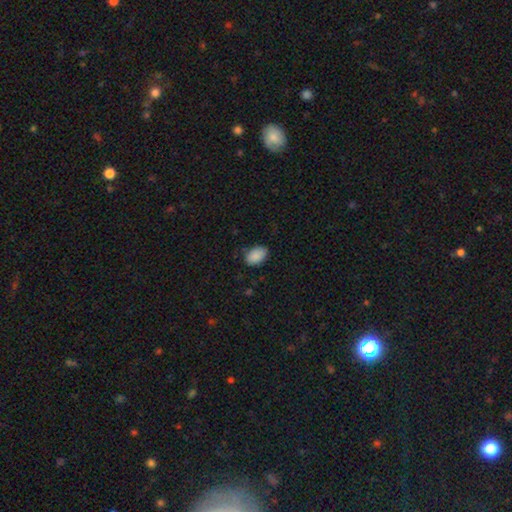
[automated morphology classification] Smooth or featured: smooth — 89% (star or artifact — 7%)
How rounded: in between — 86% (round — 13%)
Merging: none — 79% (minor disturbance — 17%)